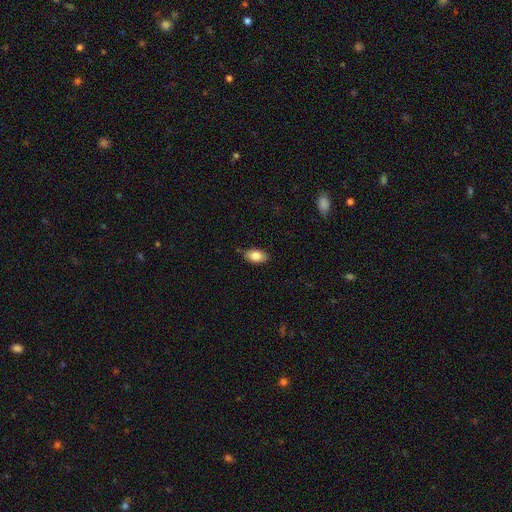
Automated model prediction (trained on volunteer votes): Smooth or featured?
  - smooth: 83% *
  - featured or disk: 9%
  - star or artifact: 7%
How rounded?
  - in between: 92% *
  - round: 5%
  - cigar-shaped: 2%
Merging?
  - none: 83% *
  - minor disturbance: 13%
  - major disturbance: 2%
  - merger: 1%